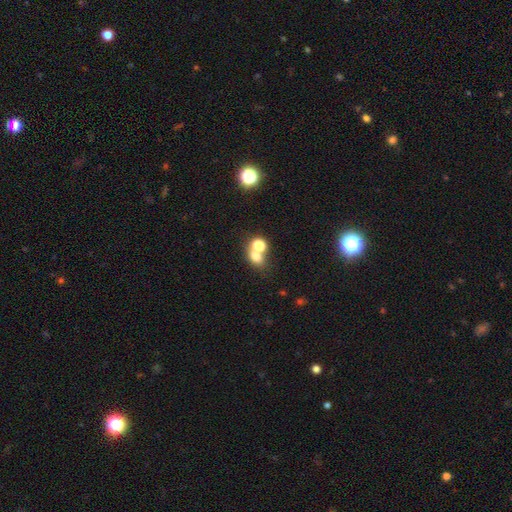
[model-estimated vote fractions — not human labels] smooth_or_featured: smooth (p=0.68) [alt: star or artifact p=0.18]
how_rounded: round (p=0.51) [alt: in between p=0.47]
merging: merger (p=0.46) [alt: none p=0.42]